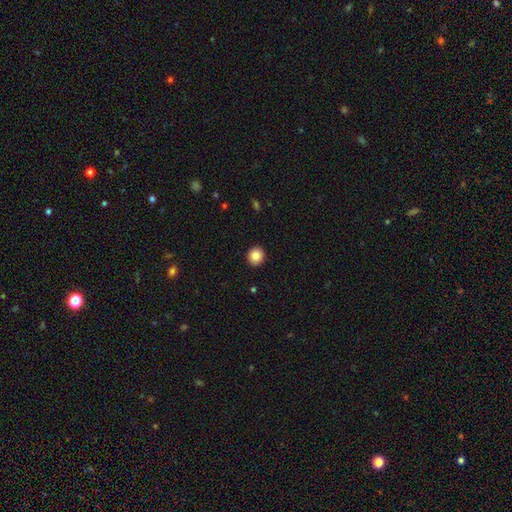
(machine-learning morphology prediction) Q: Smooth or featured?
A: smooth (85%); runner-up: star or artifact (9%)
Q: How rounded?
A: round (90%); runner-up: in between (9%)
Q: Merging?
A: none (93%); runner-up: minor disturbance (5%)